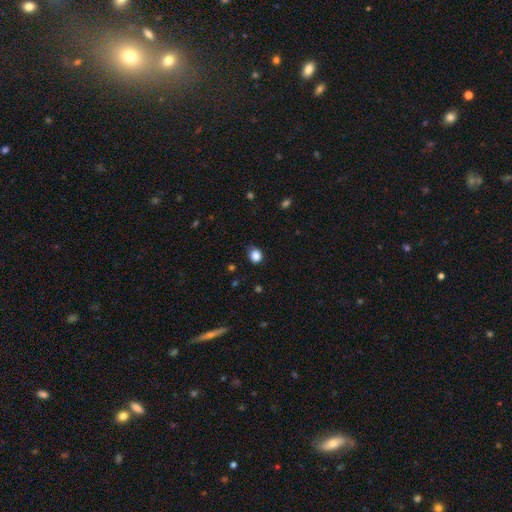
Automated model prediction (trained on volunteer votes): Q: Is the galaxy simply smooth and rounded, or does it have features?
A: smooth — 85%.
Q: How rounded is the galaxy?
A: round — 64%.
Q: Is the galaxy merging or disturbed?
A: none — 74%.